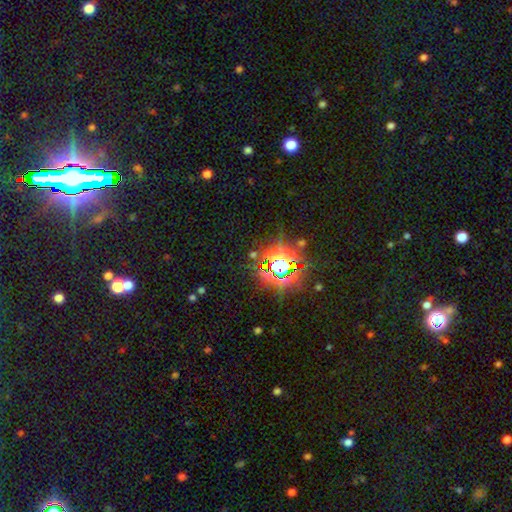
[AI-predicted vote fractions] The model was most divided on "smooth or featured": star or artifact: 81%, smooth: 11%, featured or disk: 8%.